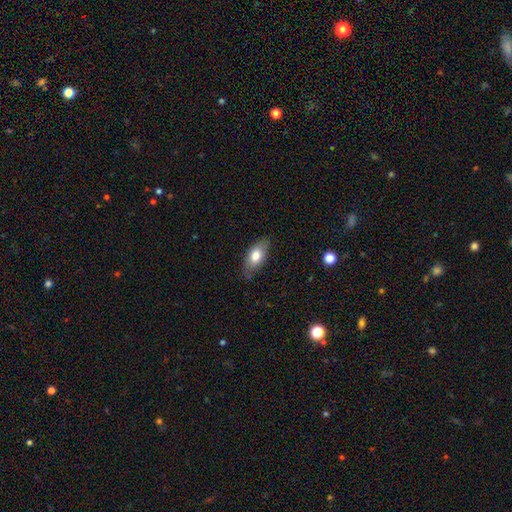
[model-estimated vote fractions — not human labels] A smooth galaxy with no disk features (74%) that is in between round and cigar-shaped (87%).

Vote fractions:
- Smooth or featured? smooth: 74% / featured or disk: 20% / star or artifact: 7%
- How rounded? in between: 87% / cigar-shaped: 9% / round: 4%
- Merging? none: 77% / minor disturbance: 18% / major disturbance: 3% / merger: 1%